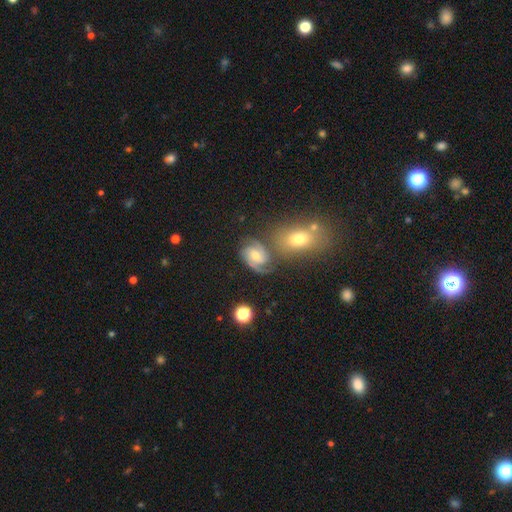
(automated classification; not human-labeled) This is likely a featured or disk galaxy (80%). It is clearly not viewed edge-on (98%). Bar: possibly no (53%). Spiral arm pattern: clearly yes (97%). Spiral arm count: likely 2 (71%). Spiral winding: possibly medium (48%). Central bulge: possibly moderate (56%). Merging: likely none (62%).